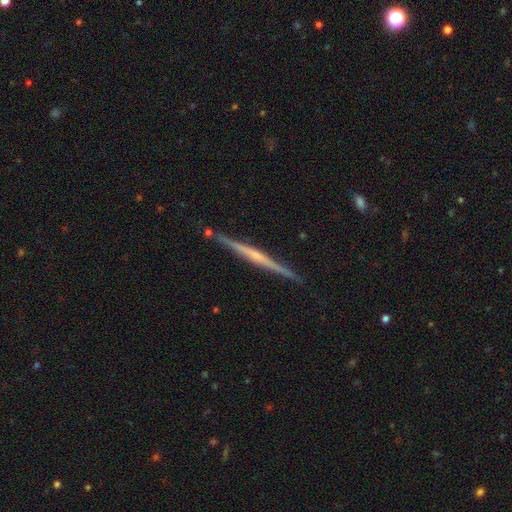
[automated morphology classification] Smooth or featured?
  - featured or disk: 76% *
  - smooth: 18%
  - star or artifact: 5%
Edge-on disk?
  - yes: 98% *
  - no: 2%
Edge-on bulge?
  - none: 49% *
  - rounded: 40%
  - boxy: 11%
Merging?
  - none: 90% *
  - minor disturbance: 7%
  - merger: 2%
  - major disturbance: 1%